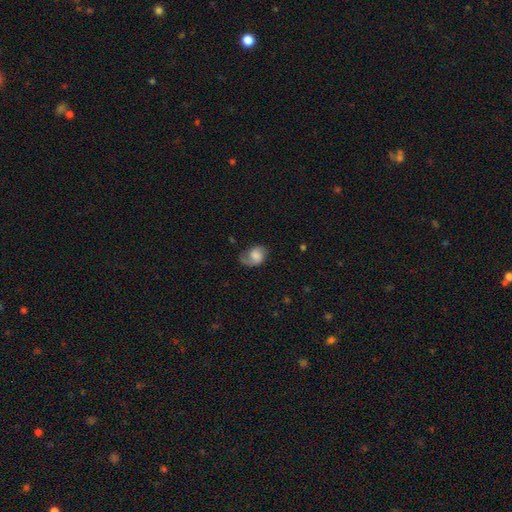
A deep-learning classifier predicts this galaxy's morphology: Smooth or featured?
  - featured or disk: 46% * (tied)
  - smooth: 46% * (tied)
  - star or artifact: 8%
Merging?
  - none: 47% *
  - minor disturbance: 28%
  - major disturbance: 23%
  - merger: 2%